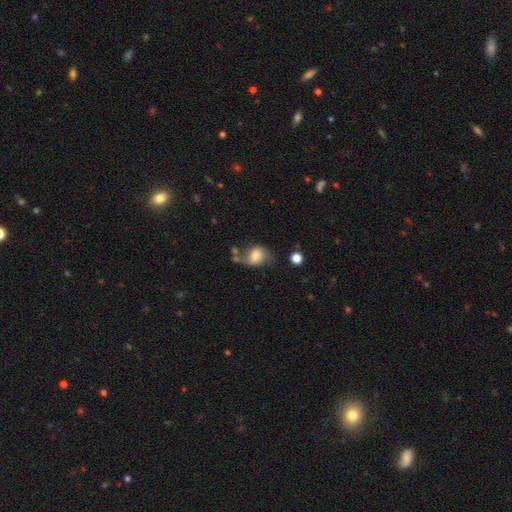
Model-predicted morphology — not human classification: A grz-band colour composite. It shows a smooth galaxy with no disk features (60%) that is in between round and cigar-shaped (53%). Merging: none (45%).